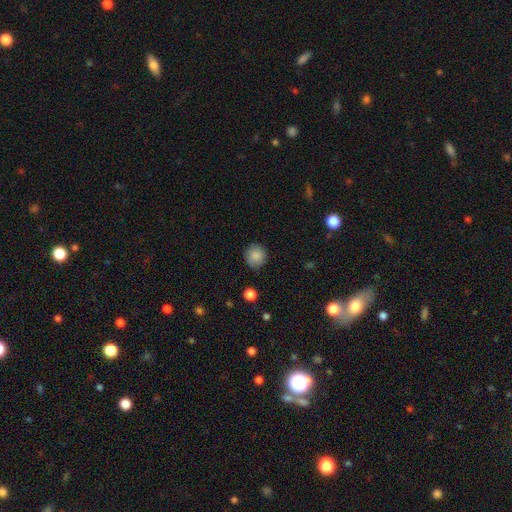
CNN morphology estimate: The model was most divided on "merging": none: 87%, minor disturbance: 10%, major disturbance: 2%, merger: 1%. More confident: how rounded — round (93%); smooth or featured — smooth (86%).